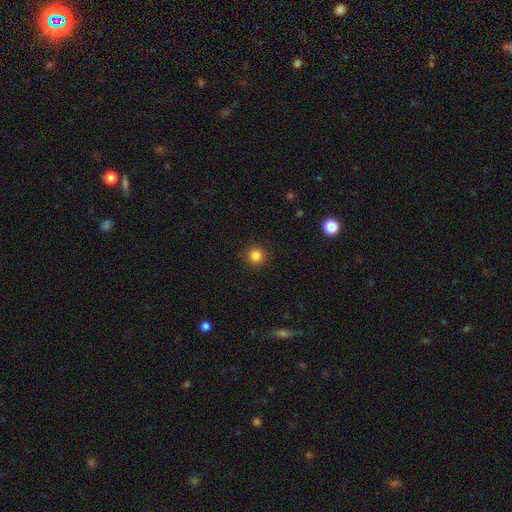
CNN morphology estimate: This appears to be a smooth galaxy with no disk features (84%) that is round (94%). Merging: none (91%).